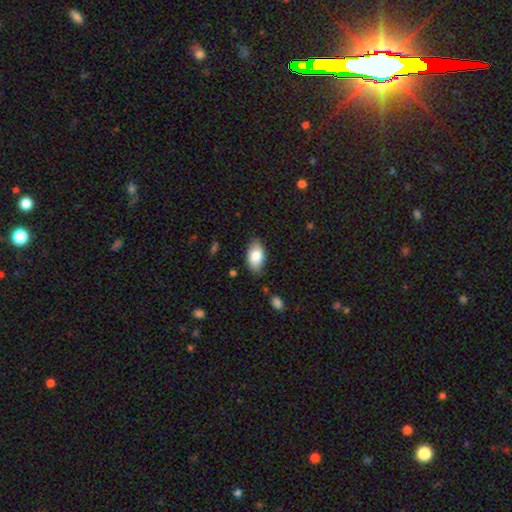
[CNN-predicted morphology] smooth 81%, featured or disk 12%, star or artifact 7%. Down the decision tree: how rounded — in between (93%); merging — none (82%).